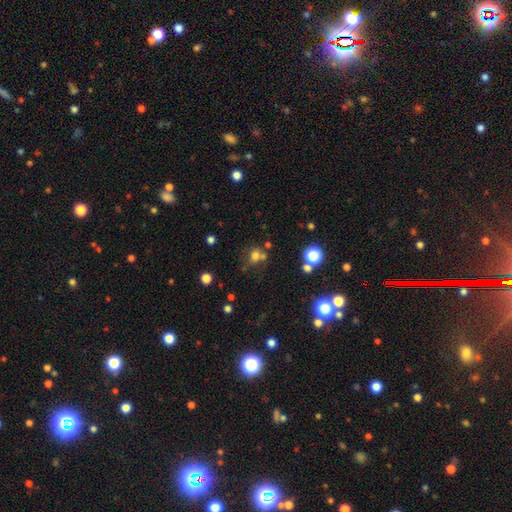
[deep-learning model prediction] Smooth or featured? smooth (66%)
How rounded? round (75%)
Merging? none (54%)